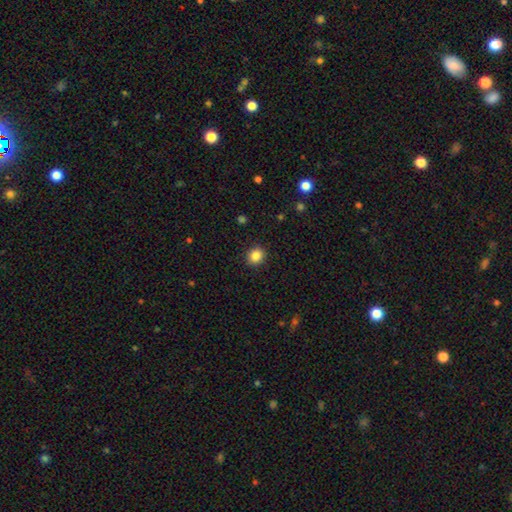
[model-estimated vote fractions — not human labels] Q: Smooth or featured?
A: smooth (85%); runner-up: star or artifact (10%)
Q: How rounded?
A: round (76%); runner-up: in between (23%)
Q: Merging?
A: none (91%); runner-up: minor disturbance (6%)